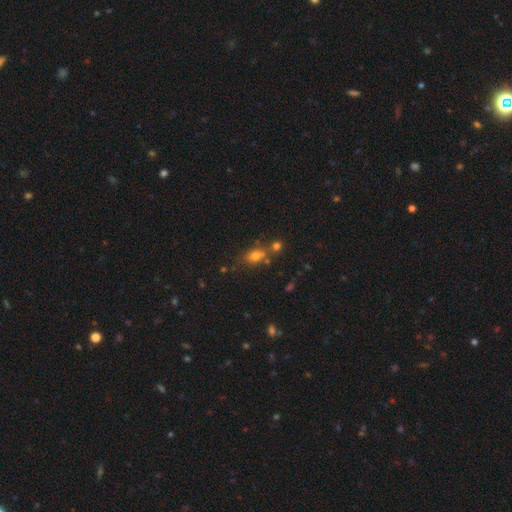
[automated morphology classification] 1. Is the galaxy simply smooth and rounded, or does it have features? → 71% smooth, 16% star or artifact, 13% featured or disk.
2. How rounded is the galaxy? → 58% in between, 39% round, 3% cigar-shaped.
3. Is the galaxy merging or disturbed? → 53% none, 27% merger, 15% minor disturbance, 6% major disturbance.